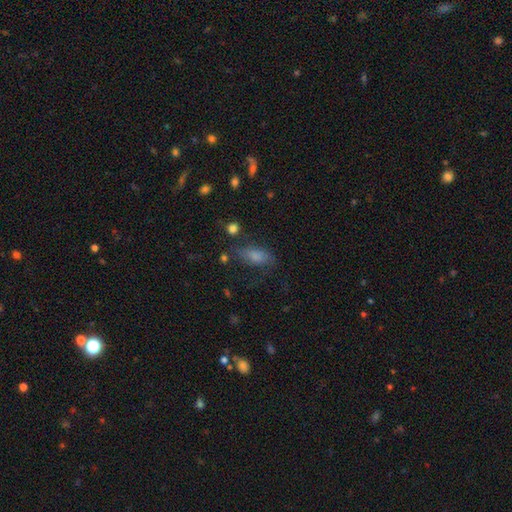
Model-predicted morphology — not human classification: smooth-or-featured: smooth: 71% | featured or disk: 17% | star or artifact: 12%
  how-rounded: in between: 83% | cigar-shaped: 12% | round: 6%
  merging: none: 57% | minor disturbance: 25% | major disturbance: 14% | merger: 4%